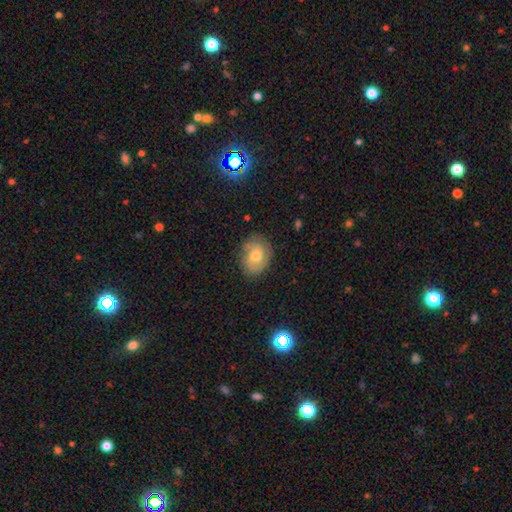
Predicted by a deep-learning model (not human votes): This appears to be a smooth galaxy with no disk features (53%) that is in between round and cigar-shaped (56%). Merging: none (75%).